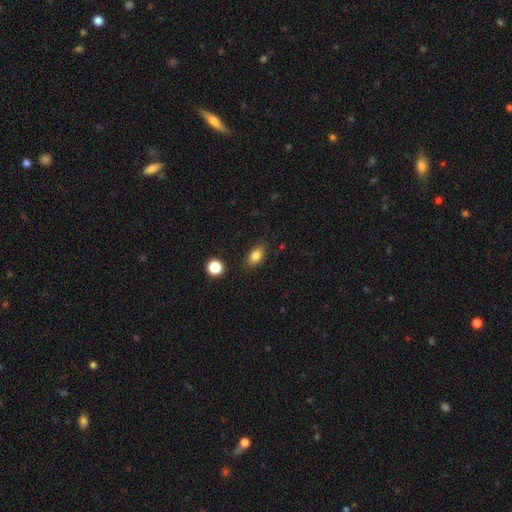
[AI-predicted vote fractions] smooth_or_featured: smooth (p=0.83) [alt: star or artifact p=0.09]
how_rounded: in between (p=0.85) [alt: round p=0.12]
merging: none (p=0.84) [alt: minor disturbance p=0.11]